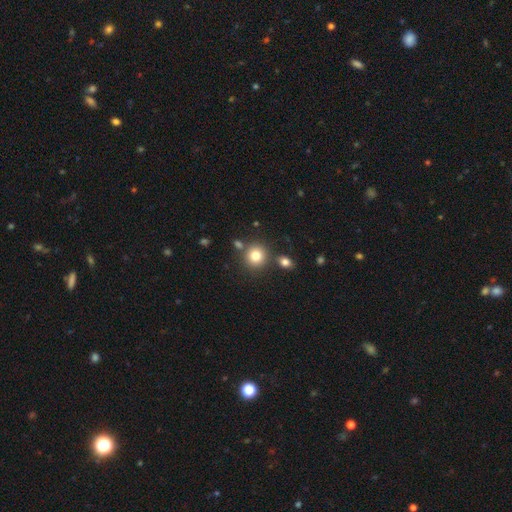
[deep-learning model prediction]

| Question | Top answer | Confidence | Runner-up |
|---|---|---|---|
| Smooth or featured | smooth | 81% | star or artifact (12%) |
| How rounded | round | 89% | in between (11%) |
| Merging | none | 78% | merger (11%) |